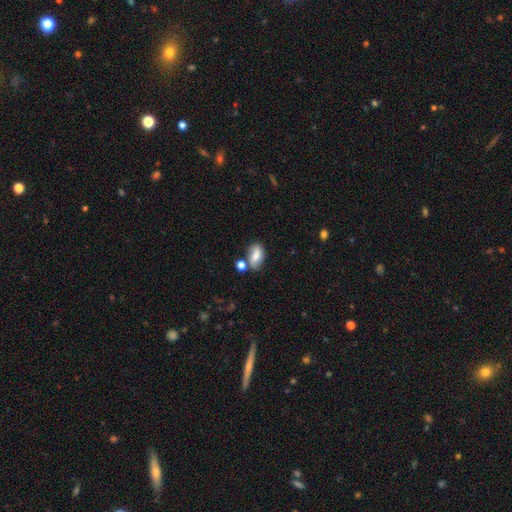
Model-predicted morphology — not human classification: A smooth galaxy with no disk features (67%) that is in between round and cigar-shaped (88%).

Vote fractions:
- Smooth or featured? smooth: 67% / featured or disk: 23% / star or artifact: 9%
- How rounded? in between: 88% / round: 8% / cigar-shaped: 4%
- Merging? none: 58% / minor disturbance: 20% / merger: 16% / major disturbance: 6%